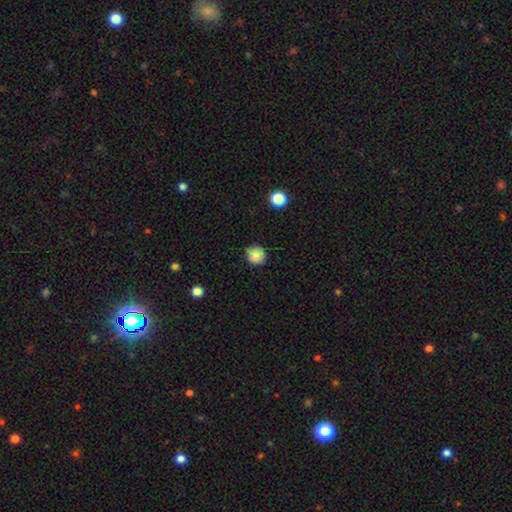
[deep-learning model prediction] smooth_or_featured: smooth (p=0.86) [alt: star or artifact p=0.10]
how_rounded: round (p=0.93) [alt: in between p=0.06]
merging: none (p=0.84) [alt: minor disturbance p=0.12]